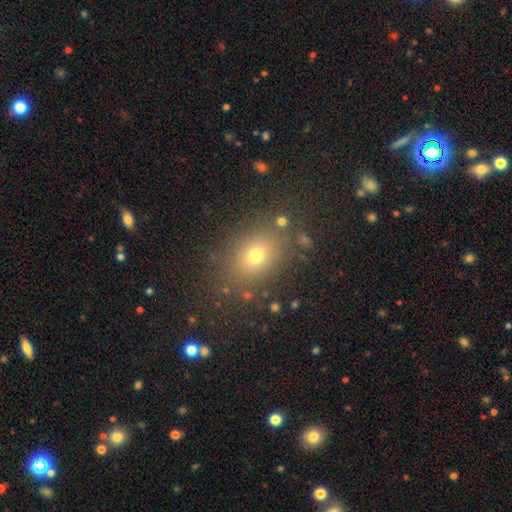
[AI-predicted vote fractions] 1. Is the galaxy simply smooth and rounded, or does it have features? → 69% smooth, 19% star or artifact, 12% featured or disk.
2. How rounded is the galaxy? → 59% in between, 39% round, 2% cigar-shaped.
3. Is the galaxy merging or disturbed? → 81% none, 11% minor disturbance, 5% major disturbance, 3% merger.